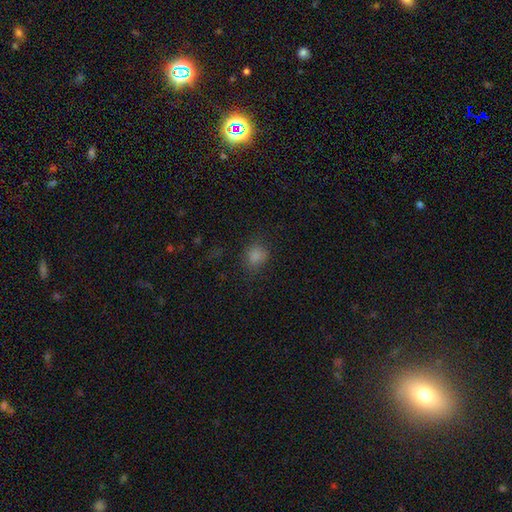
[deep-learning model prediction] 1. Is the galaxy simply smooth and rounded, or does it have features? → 79% smooth, 16% star or artifact, 5% featured or disk.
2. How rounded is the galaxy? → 62% round, 37% in between, 1% cigar-shaped.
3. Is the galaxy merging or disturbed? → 72% none, 18% minor disturbance, 8% major disturbance, 2% merger.